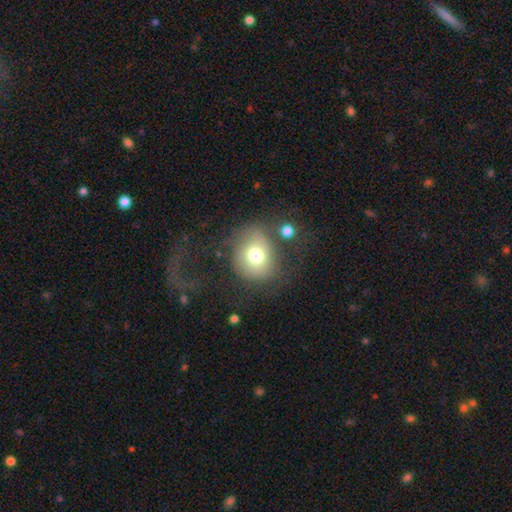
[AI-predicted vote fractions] This appears to be a smooth galaxy with no disk features (70%) that is round (76%). Merging: none (57%).